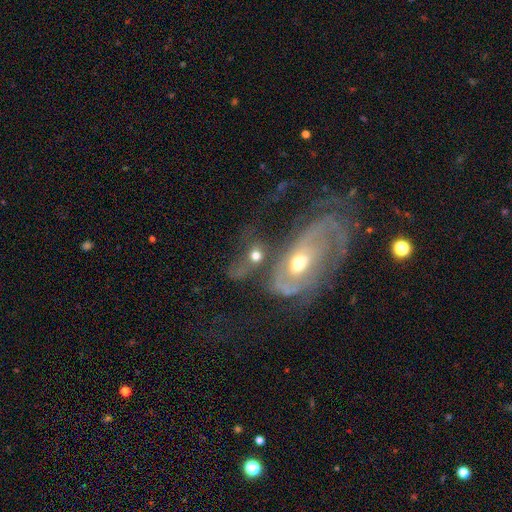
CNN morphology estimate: A smooth galaxy with no disk features (50%) that is in between round and cigar-shaped (51%). Merging: merger (45%).